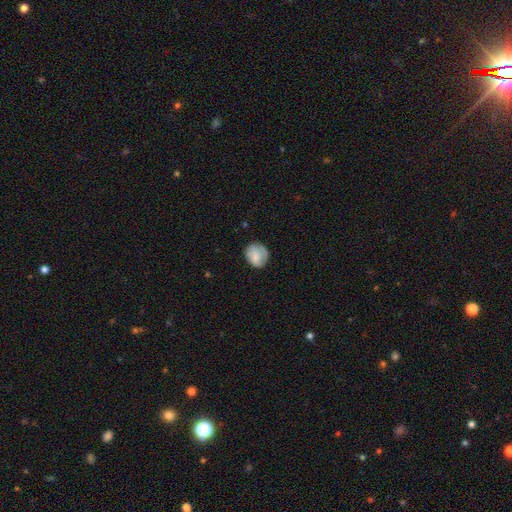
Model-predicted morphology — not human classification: type=smooth (78%); roundness=round (71%); merging=none (72%).